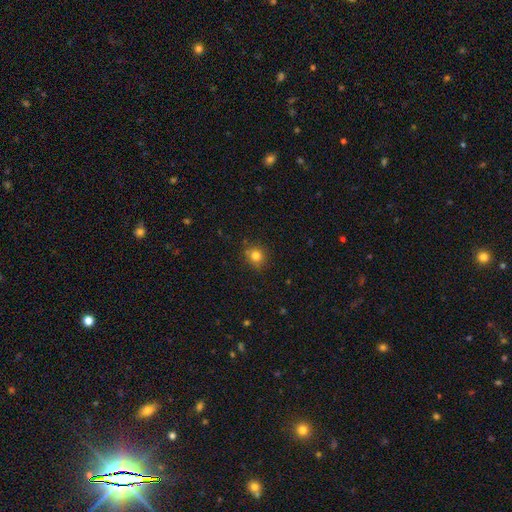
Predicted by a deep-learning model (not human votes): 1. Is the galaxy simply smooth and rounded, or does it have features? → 80% smooth, 13% star or artifact, 7% featured or disk.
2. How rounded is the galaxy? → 86% round, 13% in between, 1% cigar-shaped.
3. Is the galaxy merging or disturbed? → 82% none, 12% minor disturbance, 4% merger, 3% major disturbance.